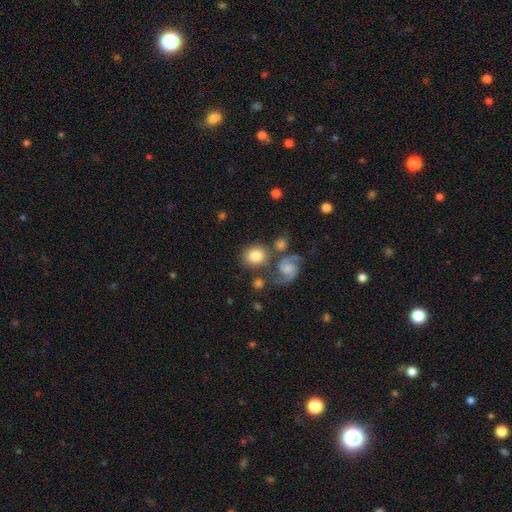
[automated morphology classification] A smooth galaxy with no disk features (70%) that is round (70%). Merging: none (60%).